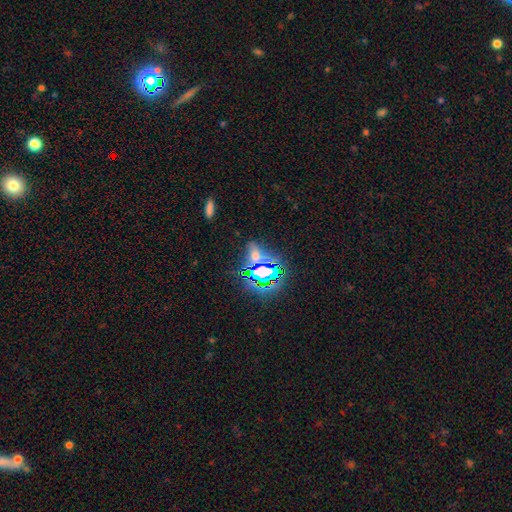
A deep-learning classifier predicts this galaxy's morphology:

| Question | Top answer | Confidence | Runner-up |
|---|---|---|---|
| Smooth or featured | star or artifact | 61% | smooth (27%) |